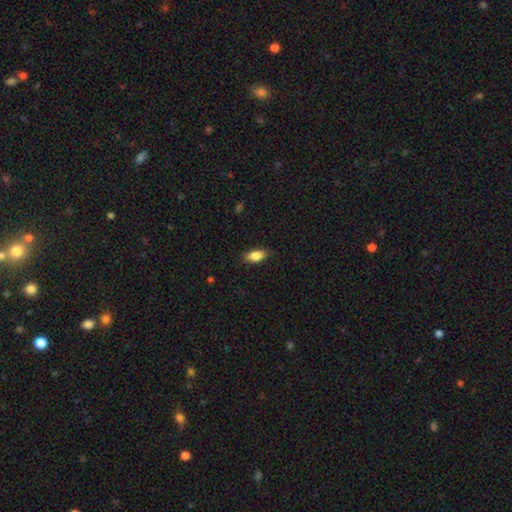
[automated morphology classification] Overall: smooth (84%). How rounded: in between (87%). Merging: none (85%).